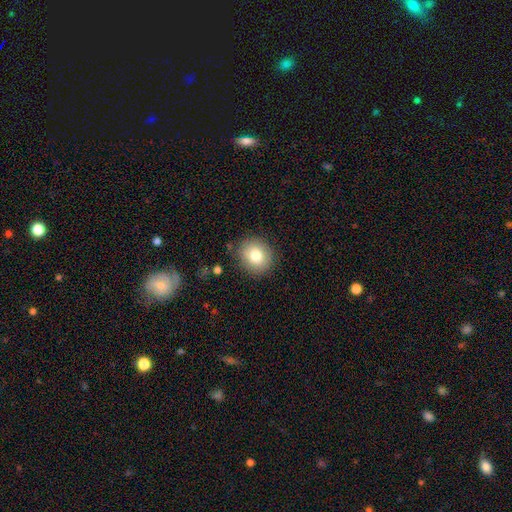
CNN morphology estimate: This appears to be a smooth galaxy with no disk features (80%) that is round (77%). Merging: none (86%).